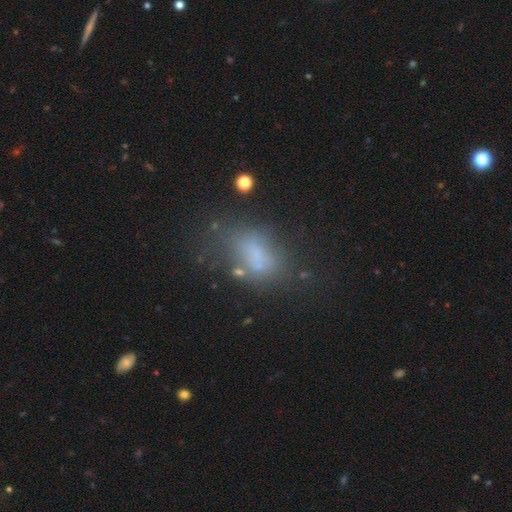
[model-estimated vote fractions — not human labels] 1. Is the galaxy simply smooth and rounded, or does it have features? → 56% smooth, 27% featured or disk, 17% star or artifact.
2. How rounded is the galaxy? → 82% in between, 10% round, 8% cigar-shaped.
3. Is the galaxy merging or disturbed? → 41% none, 24% major disturbance, 24% minor disturbance, 10% merger.